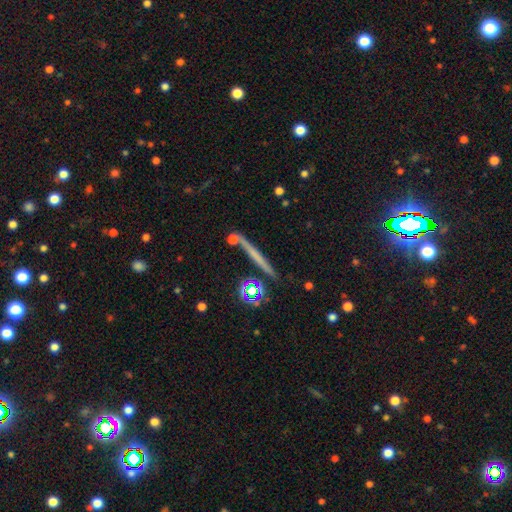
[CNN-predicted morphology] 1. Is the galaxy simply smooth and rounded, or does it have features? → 48% featured or disk, 41% smooth, 11% star or artifact.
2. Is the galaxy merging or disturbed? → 84% none, 8% minor disturbance, 5% merger, 2% major disturbance.